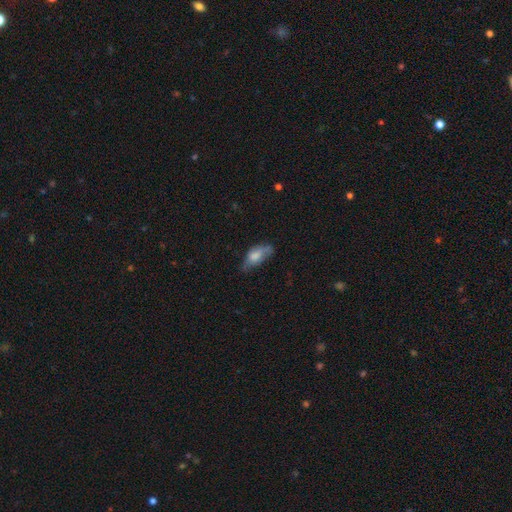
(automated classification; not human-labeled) A smooth galaxy with no disk features (69%) that is in between round and cigar-shaped (85%).

Vote fractions:
- Smooth or featured? smooth: 69% / featured or disk: 23% / star or artifact: 8%
- How rounded? in between: 85% / cigar-shaped: 11% / round: 3%
- Merging? none: 41% / minor disturbance: 37% / major disturbance: 18% / merger: 3%